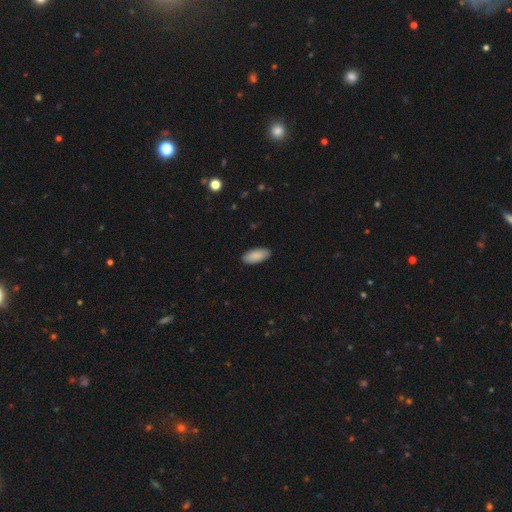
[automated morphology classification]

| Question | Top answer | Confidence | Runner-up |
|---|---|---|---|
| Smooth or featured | smooth | 91% | star or artifact (6%) |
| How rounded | in between | 91% | cigar-shaped (8%) |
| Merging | none | 90% | minor disturbance (8%) |